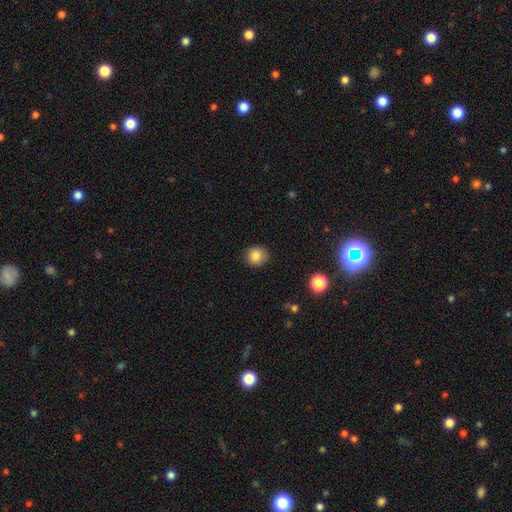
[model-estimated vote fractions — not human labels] smooth 85%, star or artifact 10%, featured or disk 5%. Down the decision tree: how rounded — round (85%); merging — none (87%).